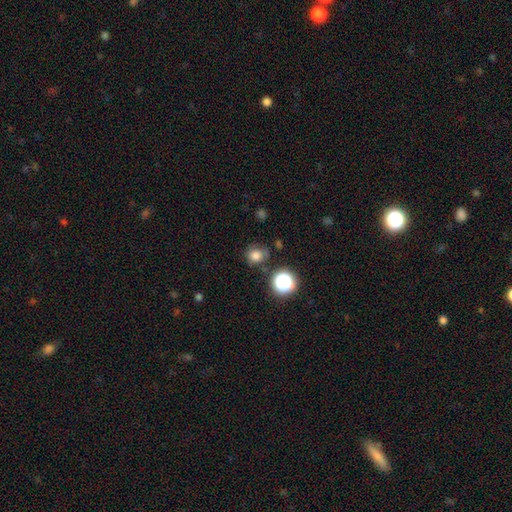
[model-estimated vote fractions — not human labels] This is likely a smooth galaxy (77%). How rounded: clearly round (81%). Merging: likely none (71%).